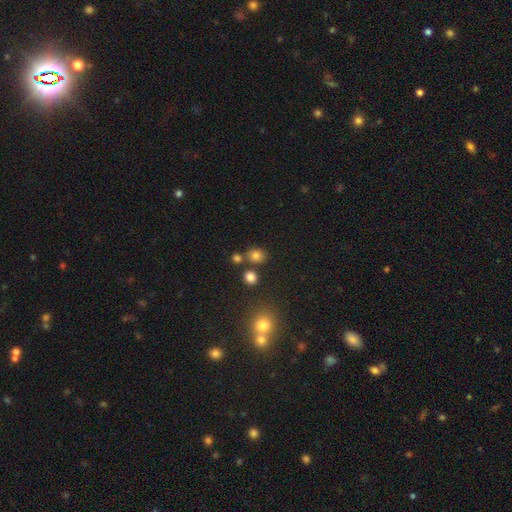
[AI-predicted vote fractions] The model was most divided on "how rounded": round: 71%, in between: 28%, cigar-shaped: 1%. More confident: smooth or featured — smooth (78%); merging — none (70%).